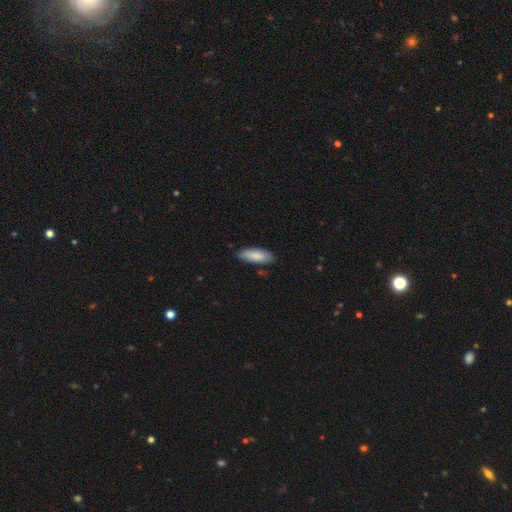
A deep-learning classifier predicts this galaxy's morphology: A smooth galaxy with no disk features (85%) that is in between round and cigar-shaped (66%). Merging: none (82%).